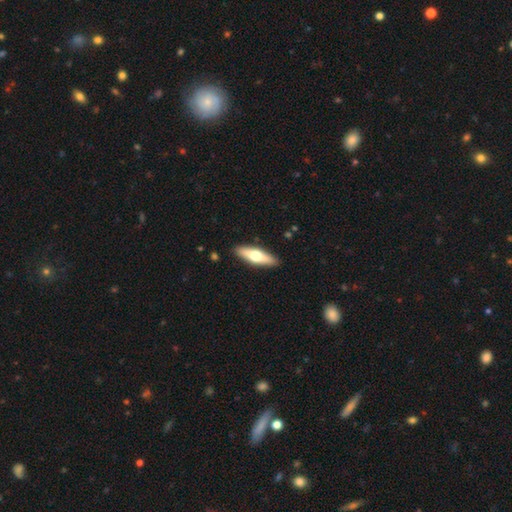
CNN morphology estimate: Smooth or featured: smooth — 50% (featured or disk — 45%)
How rounded: cigar-shaped — 55% (in between — 43%)
Merging: none — 90% (minor disturbance — 8%)